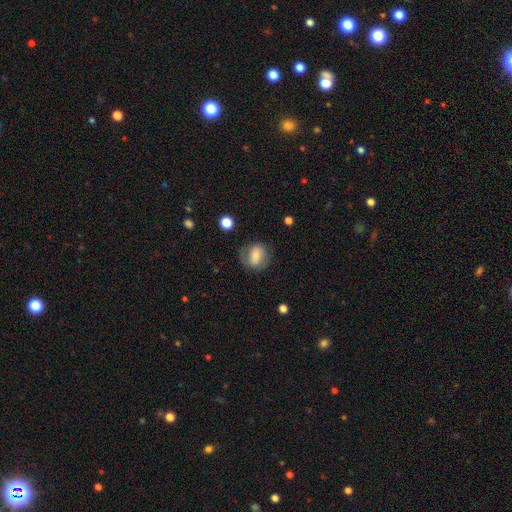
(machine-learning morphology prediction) smooth_or_featured: smooth (p=0.65) [alt: featured or disk p=0.27]
how_rounded: round (p=0.61) [alt: in between p=0.37]
merging: none (p=0.67) [alt: minor disturbance p=0.20]